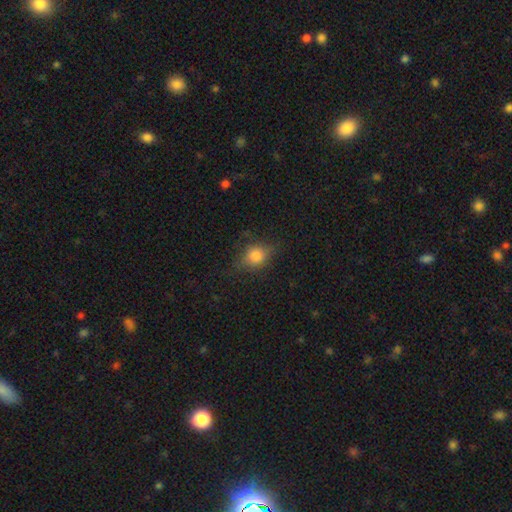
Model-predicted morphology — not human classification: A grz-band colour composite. It shows a smooth galaxy with no disk features (74%) that is round (60%). Merging: none (68%).